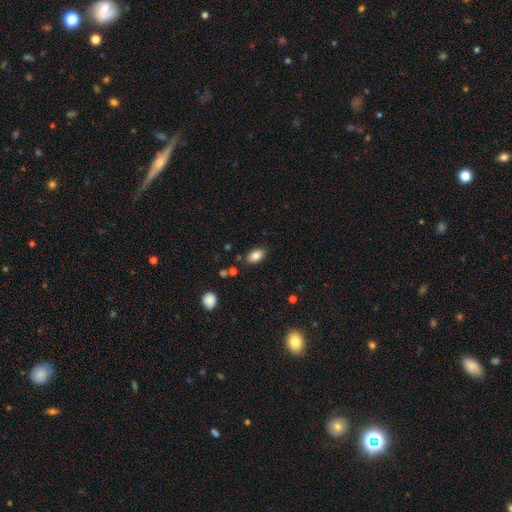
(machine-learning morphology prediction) A smooth galaxy with no disk features (85%) that is in between round and cigar-shaped (90%).

Vote fractions:
- Smooth or featured? smooth: 85% / star or artifact: 8% / featured or disk: 7%
- How rounded? in between: 90% / round: 8% / cigar-shaped: 2%
- Merging? none: 83% / minor disturbance: 11% / major disturbance: 3% / merger: 3%